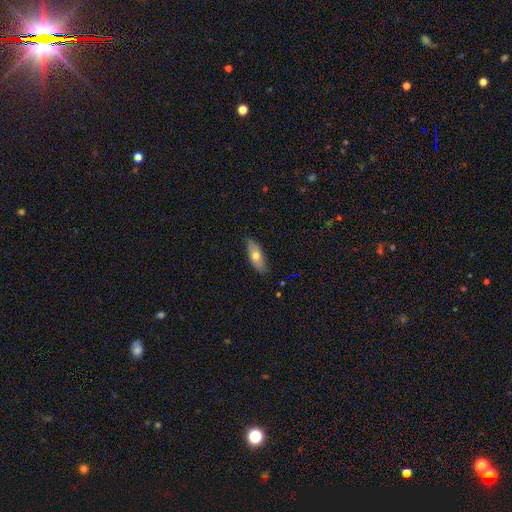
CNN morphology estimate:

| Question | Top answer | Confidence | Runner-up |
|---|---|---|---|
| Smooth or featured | smooth | 64% | featured or disk (30%) |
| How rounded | in between | 75% | cigar-shaped (22%) |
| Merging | none | 82% | minor disturbance (15%) |